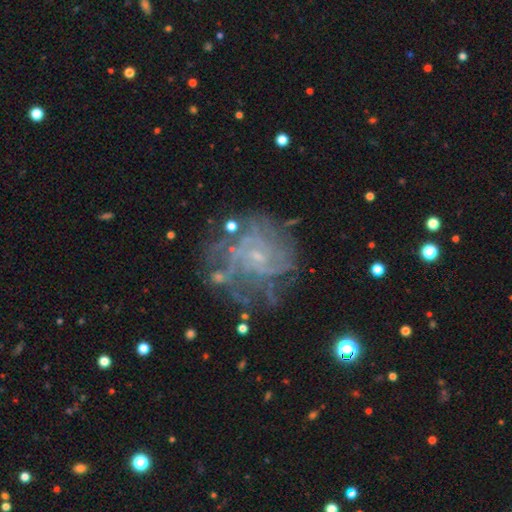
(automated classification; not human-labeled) featured or disk 80%, star or artifact 11%, smooth 10%. Down the decision tree: edge-on disk — no (98%); bar — no (64%); spiral arms — yes (87%); spiral arm count — can't tell (42%); spiral winding — tight (56%); bulge size — small (75%); merging — none (57%).